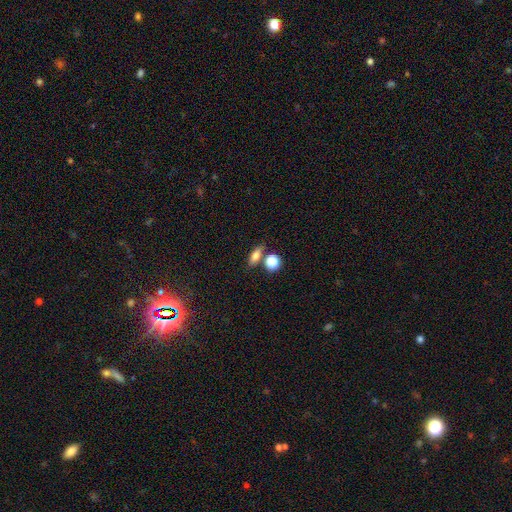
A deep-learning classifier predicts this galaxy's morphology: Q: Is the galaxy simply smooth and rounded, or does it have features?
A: smooth — 74%.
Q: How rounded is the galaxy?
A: in between — 63%.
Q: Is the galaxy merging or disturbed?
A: none — 65%.